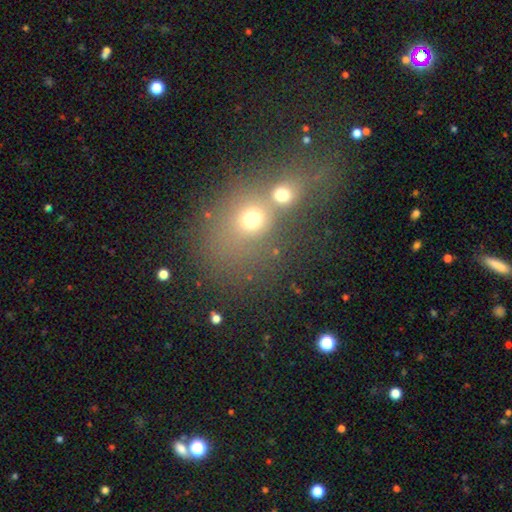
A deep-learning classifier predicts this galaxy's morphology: Q: Smooth or featured?
A: smooth (49%); runner-up: star or artifact (32%)
Q: Merging?
A: merger (64%); runner-up: none (23%)